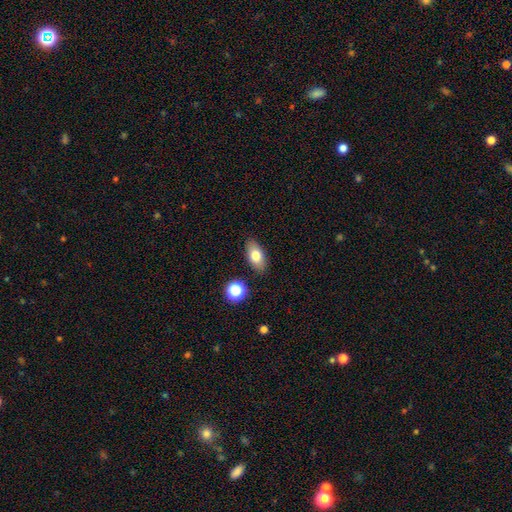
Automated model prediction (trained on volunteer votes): Smooth or featured: smooth — 77% (featured or disk — 15%)
How rounded: in between — 87% (cigar-shaped — 6%)
Merging: none — 86% (minor disturbance — 9%)